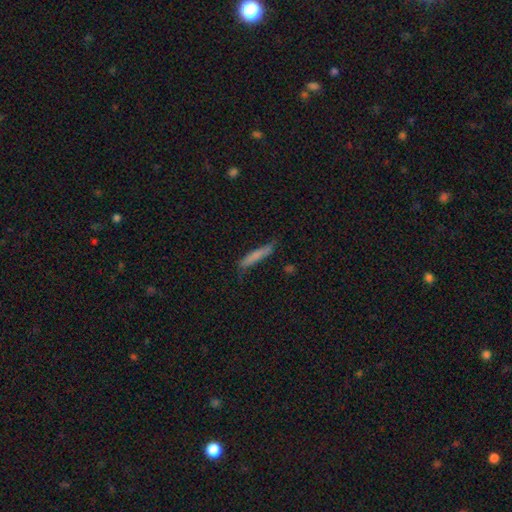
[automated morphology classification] smooth_or_featured: smooth (p=0.72) [alt: featured or disk p=0.21]
how_rounded: cigar-shaped (p=0.93) [alt: in between p=0.06]
merging: none (p=0.74) [alt: minor disturbance p=0.20]